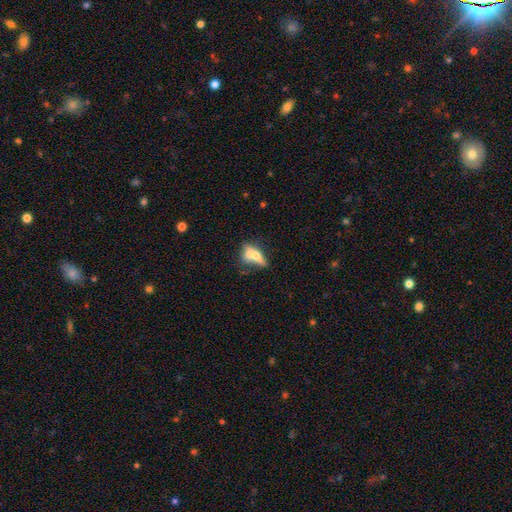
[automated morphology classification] The model was most divided on "merging": merger: 39%, none: 33%, minor disturbance: 16%, major disturbance: 12%. More confident: how rounded — in between (60%); smooth or featured — smooth (52%).